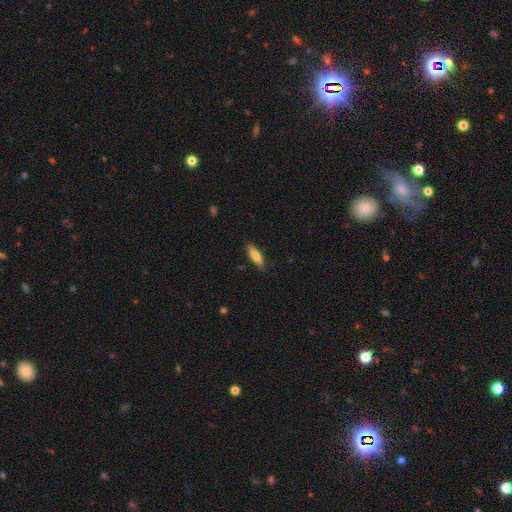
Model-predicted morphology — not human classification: smooth-or-featured: smooth: 76% | featured or disk: 17% | star or artifact: 6%
  how-rounded: cigar-shaped: 54% | in between: 44% | round: 2%
  merging: none: 86% | minor disturbance: 11% | major disturbance: 2% | merger: 1%